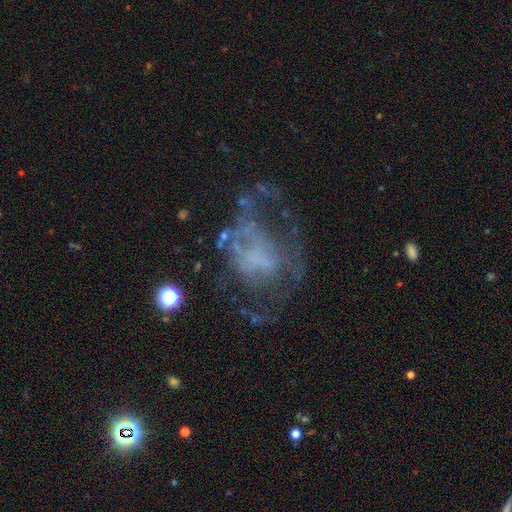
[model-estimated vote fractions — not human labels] Overall: featured or disk (61%; smooth 22%). Edge-on disk: no (97%). Bar: no (77%). Spiral arms: no (65%; yes 35%). Bulge size: none (68%). Merging: major disturbance (40%; none 38%).